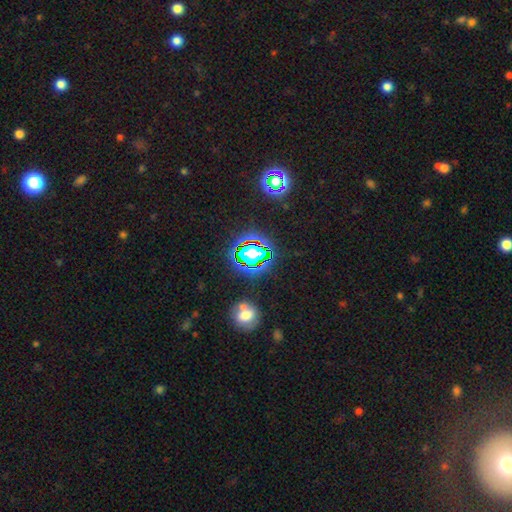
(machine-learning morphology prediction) Smooth or featured?
  - star or artifact: 74% *
  - smooth: 16%
  - featured or disk: 10%